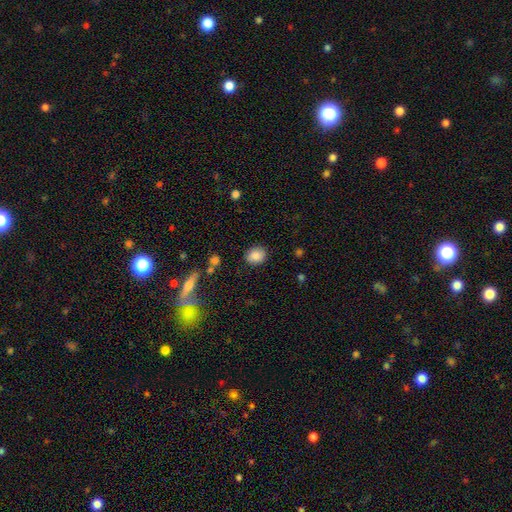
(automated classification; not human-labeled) smooth 86%, star or artifact 8%, featured or disk 6%. Down the decision tree: how rounded — round (59%); merging — none (86%).